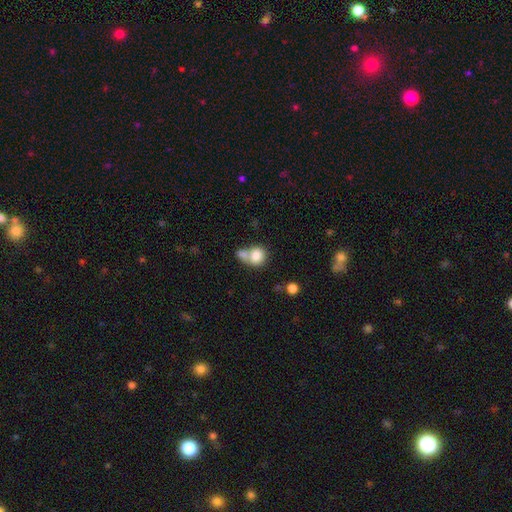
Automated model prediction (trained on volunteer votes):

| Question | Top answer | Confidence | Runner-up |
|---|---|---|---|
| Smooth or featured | smooth | 81% | featured or disk (11%) |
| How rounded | round | 73% | in between (26%) |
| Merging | merger | 54% | none (32%) |